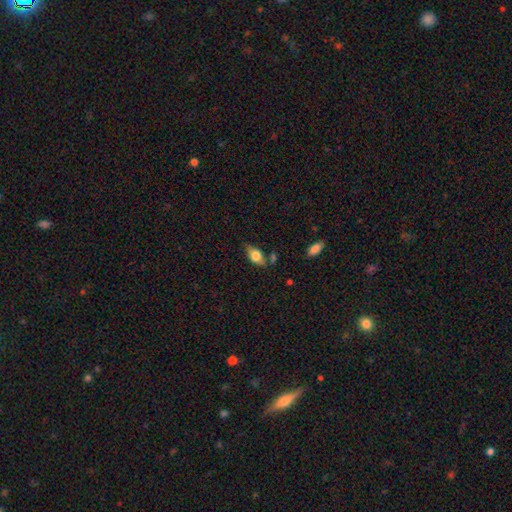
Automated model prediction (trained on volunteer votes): Smooth or featured? Predicted: smooth (p=0.67). How rounded? Predicted: in between (p=0.83). Merging? Predicted: none (p=0.63).